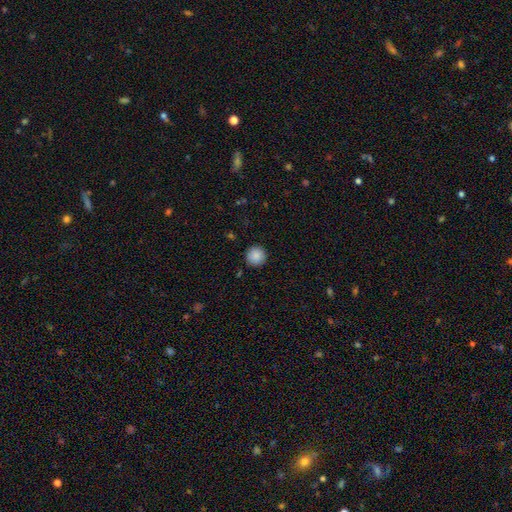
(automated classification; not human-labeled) smooth-or-featured: smooth: 88% | star or artifact: 8% | featured or disk: 4%
  how-rounded: round: 95% | in between: 4% | cigar-shaped: 1%
  merging: none: 91% | minor disturbance: 6% | major disturbance: 2% | merger: 1%